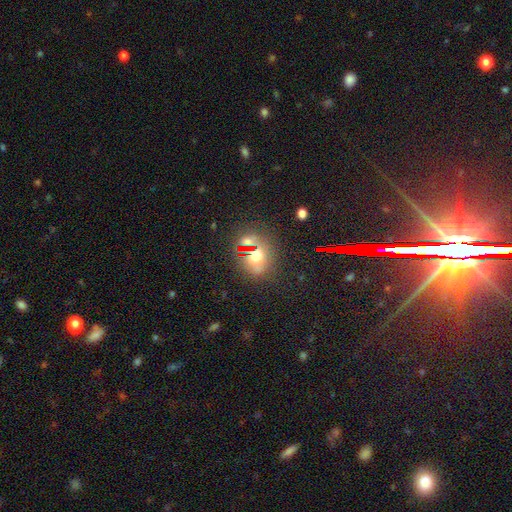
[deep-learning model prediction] Smooth or featured? Predicted: smooth (p=0.48). Merging? Predicted: none (p=0.70).